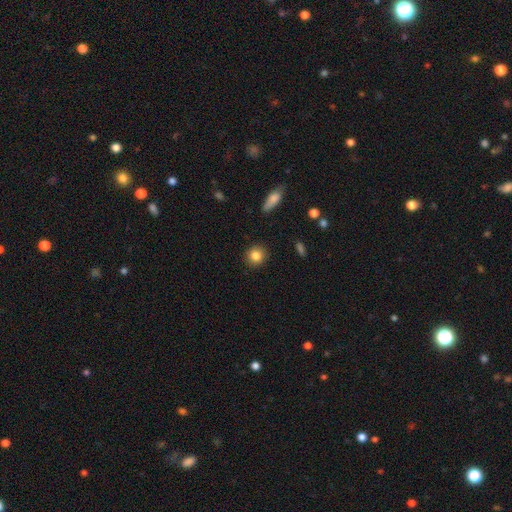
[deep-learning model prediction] Smooth or featured: smooth — 85% (star or artifact — 9%)
How rounded: round — 88% (in between — 11%)
Merging: none — 90% (minor disturbance — 7%)